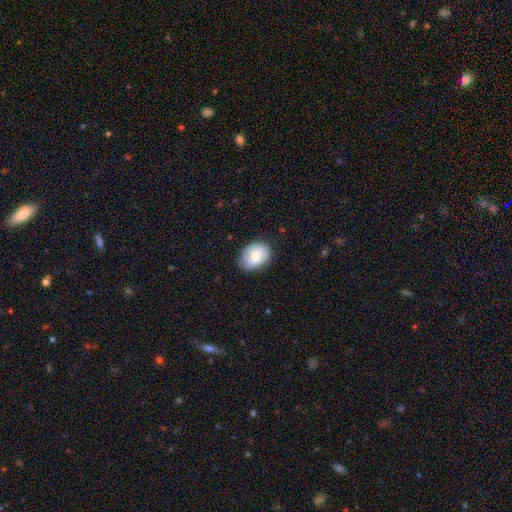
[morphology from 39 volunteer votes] This is clearly a smooth galaxy (90%). How rounded: likely in between (69%). Merging: clearly none (89%).